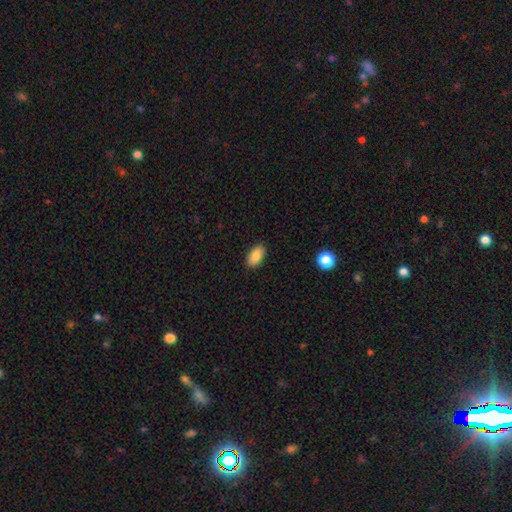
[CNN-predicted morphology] This appears to be a smooth galaxy with no disk features (86%) that is in between round and cigar-shaped (92%). Merging: none (88%).